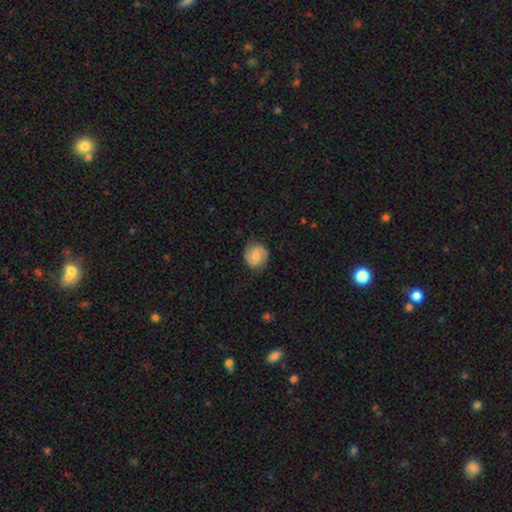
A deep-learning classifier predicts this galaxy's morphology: The model was most divided on "smooth or featured": smooth: 63%, featured or disk: 29%, star or artifact: 7%. More confident: how rounded — round (86%); merging — none (82%).